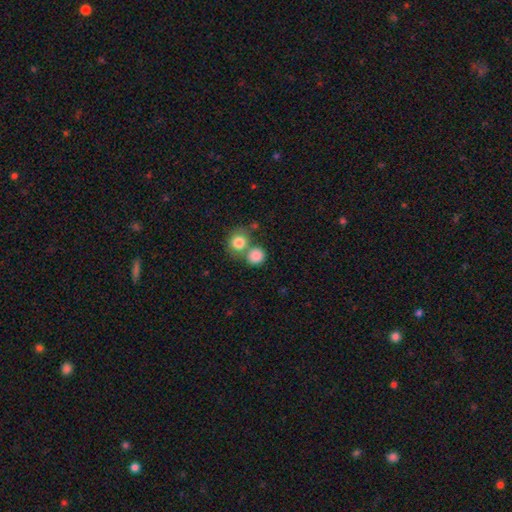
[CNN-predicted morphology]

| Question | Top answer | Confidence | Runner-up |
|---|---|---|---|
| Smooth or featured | smooth | 85% | star or artifact (9%) |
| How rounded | round | 84% | in between (15%) |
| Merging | none | 51% | merger (37%) |